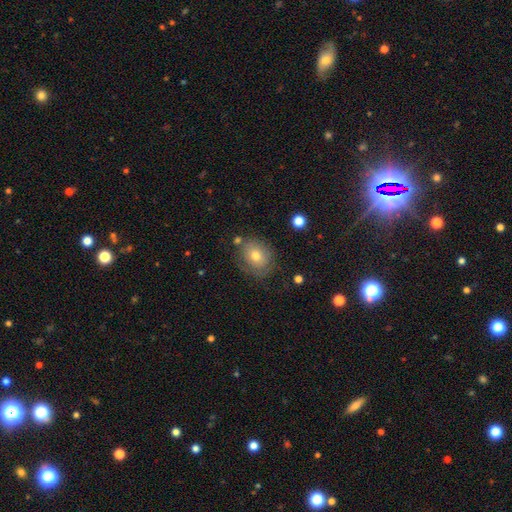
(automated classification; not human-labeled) This is likely a smooth galaxy (64%). How rounded: possibly round (56%). Merging: likely none (68%).